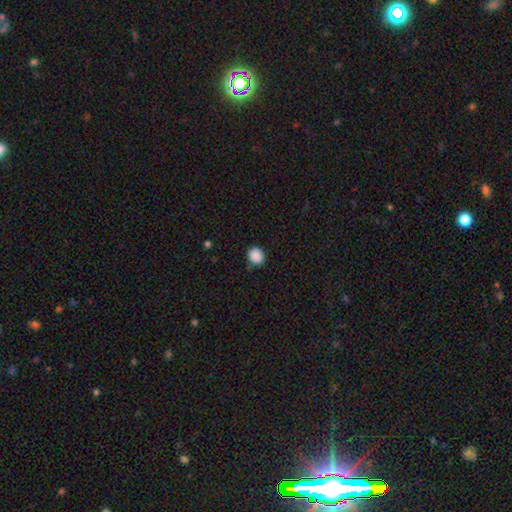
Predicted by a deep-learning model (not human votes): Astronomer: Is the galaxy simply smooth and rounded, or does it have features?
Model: smooth — 89%.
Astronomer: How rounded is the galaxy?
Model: round — 69%.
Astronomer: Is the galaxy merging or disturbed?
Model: none — 86%.